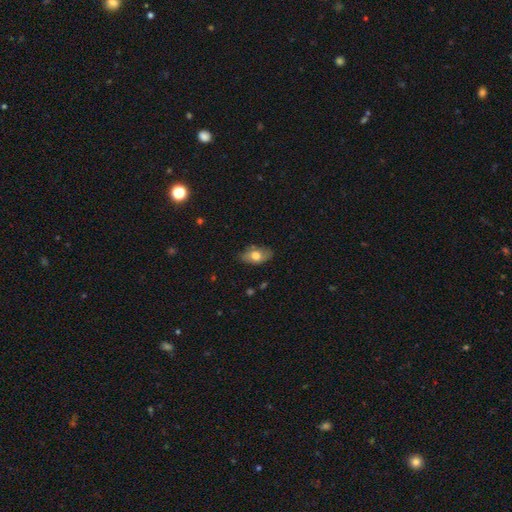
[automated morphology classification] The model was most divided on "smooth or featured": smooth: 70%, featured or disk: 23%, star or artifact: 7%. More confident: how rounded — in between (90%); merging — none (77%).